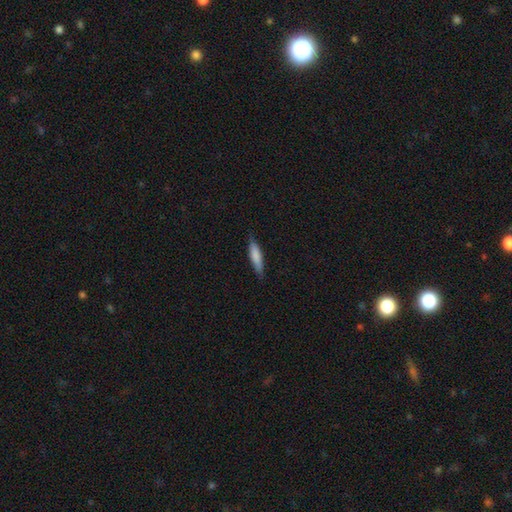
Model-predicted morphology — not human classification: smooth-or-featured: smooth: 76% | featured or disk: 18% | star or artifact: 6%
  how-rounded: cigar-shaped: 80% | in between: 18% | round: 1%
  merging: none: 83% | minor disturbance: 13% | major disturbance: 2% | merger: 1%